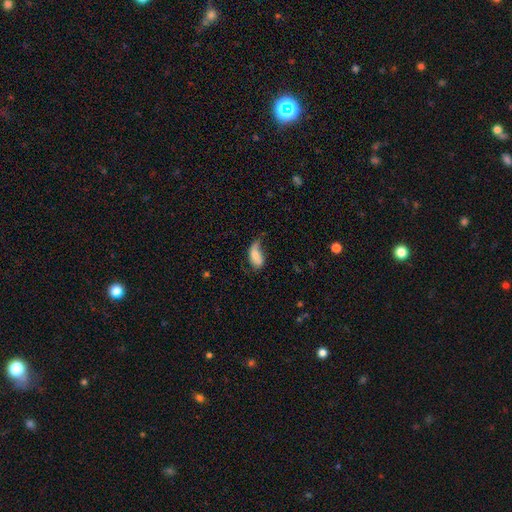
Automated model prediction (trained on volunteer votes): Smooth or featured?
  - smooth: 62% *
  - featured or disk: 30%
  - star or artifact: 8%
How rounded?
  - in between: 91% *
  - cigar-shaped: 5%
  - round: 4%
Merging?
  - minor disturbance: 36% *
  - none: 32%
  - major disturbance: 28%
  - merger: 4%